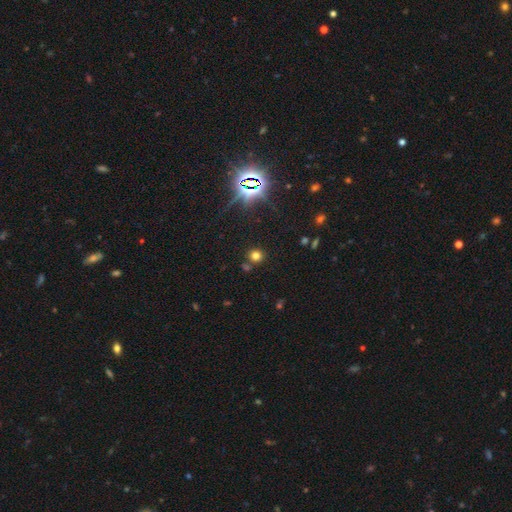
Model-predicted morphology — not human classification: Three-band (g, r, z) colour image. It shows a smooth galaxy with no disk features (67%) that is round (88%). Merging: none (80%).